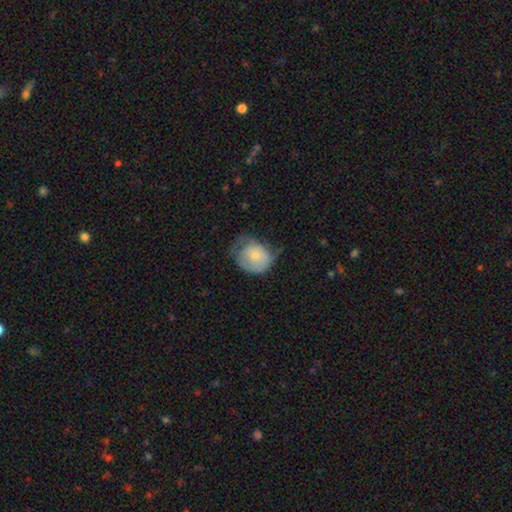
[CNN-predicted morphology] type=smooth (62%); roundness=round (63%); merging=minor disturbance (39%).